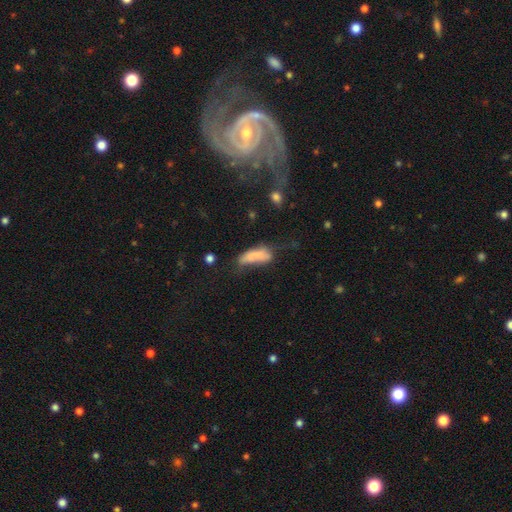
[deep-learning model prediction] The model was most divided on "merging": major disturbance: 35%, minor disturbance: 30%, none: 24%, merger: 11%. More confident: smooth or featured — smooth (71%); how rounded — in between (69%).